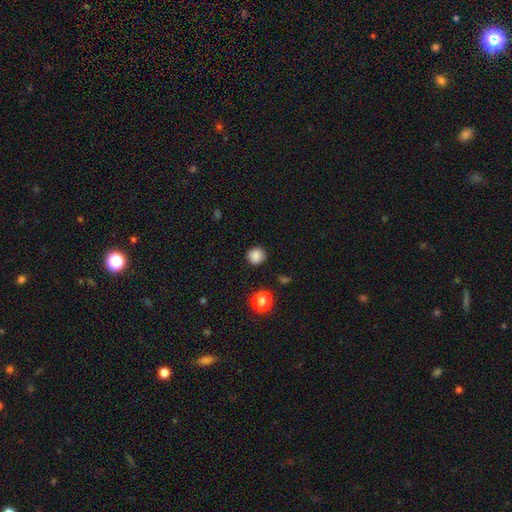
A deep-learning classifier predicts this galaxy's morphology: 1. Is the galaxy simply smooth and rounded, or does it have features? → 85% smooth, 11% star or artifact, 4% featured or disk.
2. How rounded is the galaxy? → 90% round, 9% in between, 1% cigar-shaped.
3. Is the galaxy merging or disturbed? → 88% none, 8% minor disturbance, 2% major disturbance, 2% merger.